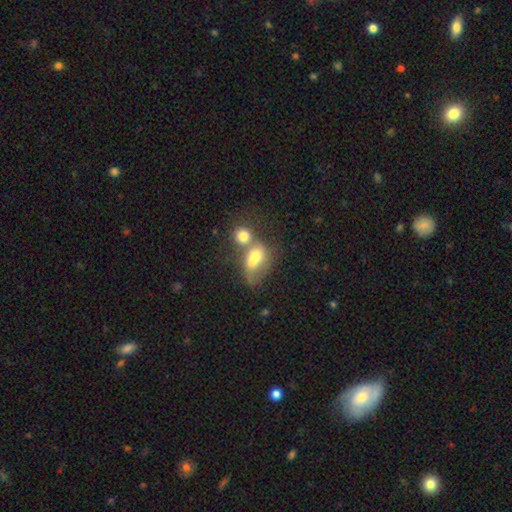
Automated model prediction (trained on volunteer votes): This is likely a smooth galaxy (64%). How rounded: likely in between (75%). Merging: likely merger (64%).